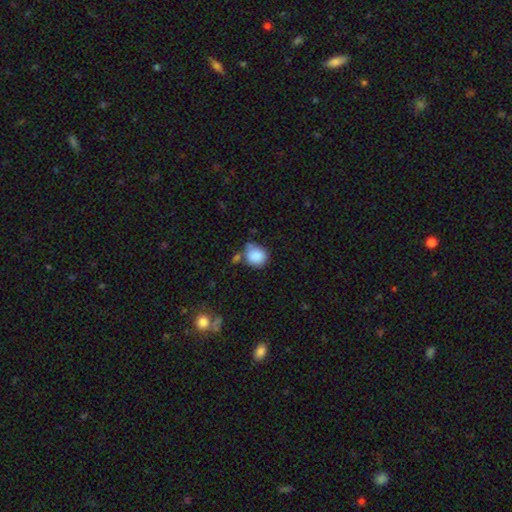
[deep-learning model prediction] smooth 86%, star or artifact 8%, featured or disk 5%. Down the decision tree: how rounded — round (76%); merging — none (53%).